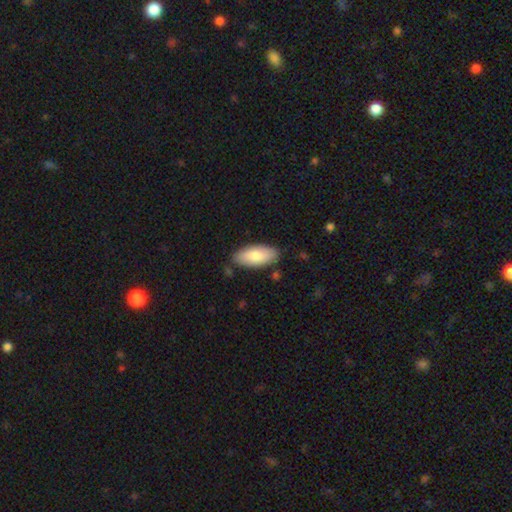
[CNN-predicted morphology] This appears to be a smooth galaxy with no disk features (79%) that is in between round and cigar-shaped (89%). Merging: none (82%).